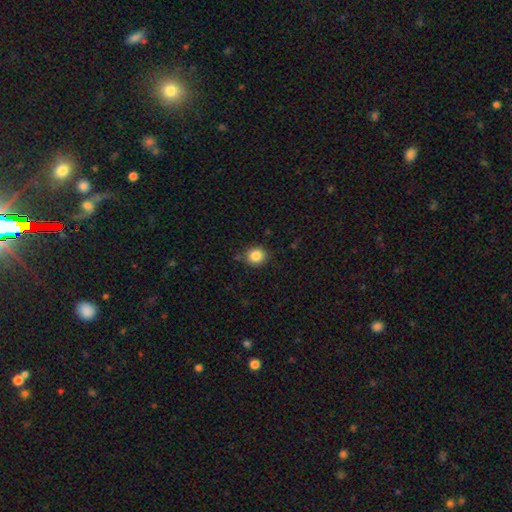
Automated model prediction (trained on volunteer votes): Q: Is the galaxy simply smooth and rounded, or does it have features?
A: smooth — 85%.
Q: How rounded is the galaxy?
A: round — 87%.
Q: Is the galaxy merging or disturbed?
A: none — 83%.